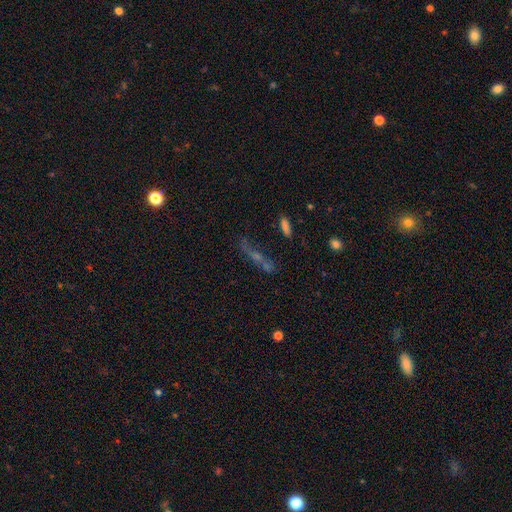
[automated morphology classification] Smooth or featured?
  - featured or disk: 41% *
  - smooth: 31%
  - star or artifact: 27%
Merging?
  - none: 49% *
  - merger: 18%
  - minor disturbance: 16%
  - major disturbance: 16%